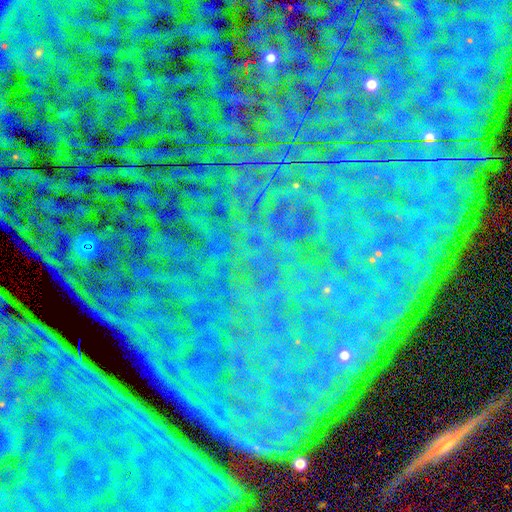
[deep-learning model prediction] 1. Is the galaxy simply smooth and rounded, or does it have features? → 86% star or artifact, 7% featured or disk, 7% smooth.